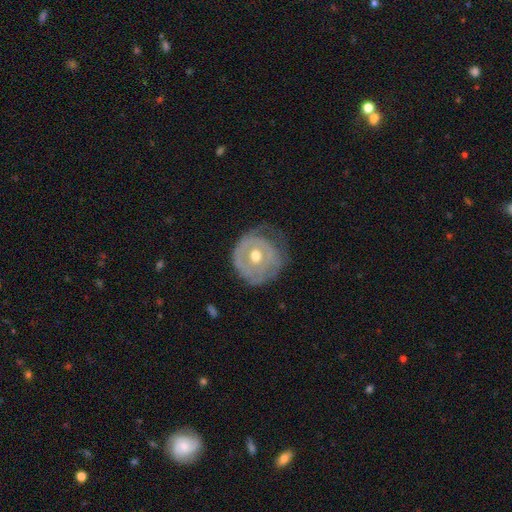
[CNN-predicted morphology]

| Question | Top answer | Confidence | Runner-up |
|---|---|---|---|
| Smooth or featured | featured or disk | 62% | smooth (31%) |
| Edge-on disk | no | 96% | yes (4%) |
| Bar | no | 79% | weak (17%) |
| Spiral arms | no | 51% | yes (49%) |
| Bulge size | moderate | 74% | small (21%) |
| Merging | none | 52% | minor disturbance (29%) |